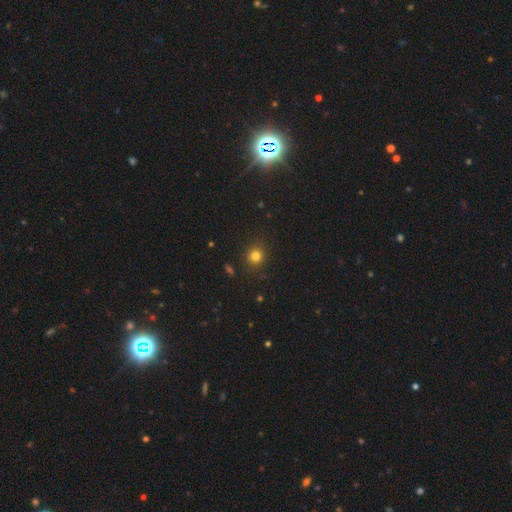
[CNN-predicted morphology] The model was most divided on "smooth or featured": smooth: 80%, star or artifact: 15%, featured or disk: 6%. More confident: merging — none (87%); how rounded — round (86%).